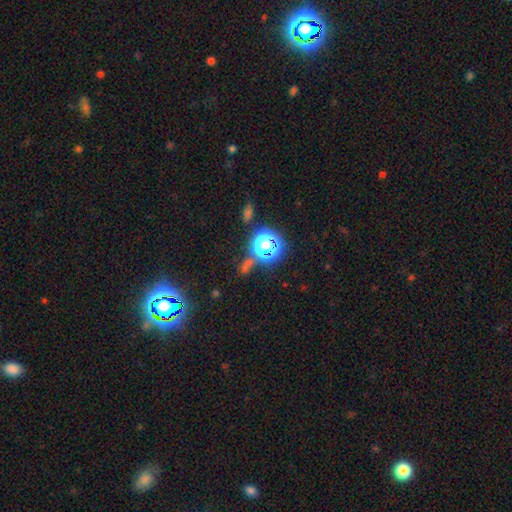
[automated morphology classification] This appears to be a star or artifact, not a galaxy (75%).